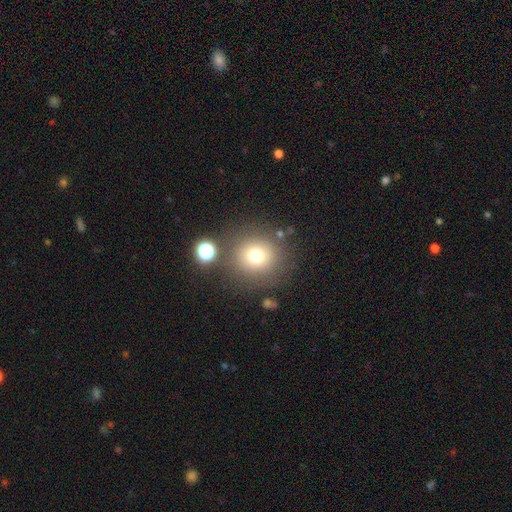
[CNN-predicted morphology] Q: Smooth or featured?
A: smooth (73%); runner-up: star or artifact (16%)
Q: How rounded?
A: round (91%); runner-up: in between (8%)
Q: Merging?
A: none (81%); runner-up: minor disturbance (9%)